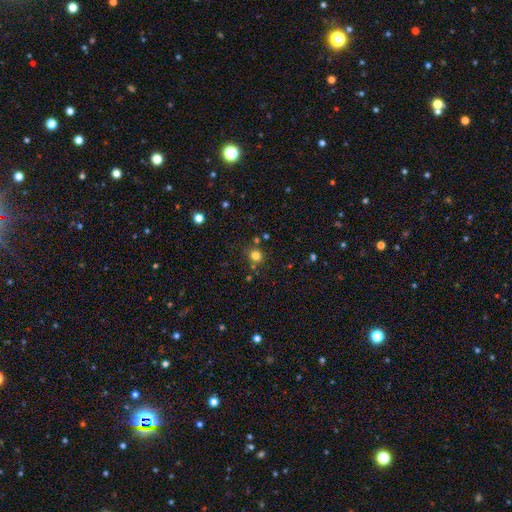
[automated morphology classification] smooth-or-featured: smooth: 79% | star or artifact: 15% | featured or disk: 6%
  how-rounded: round: 89% | in between: 10% | cigar-shaped: 1%
  merging: none: 77% | minor disturbance: 11% | merger: 9% | major disturbance: 4%